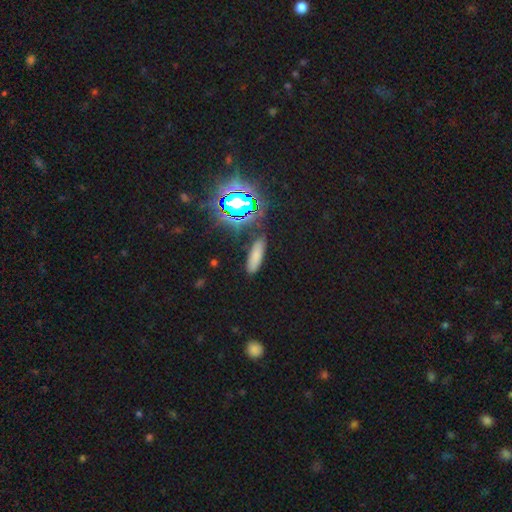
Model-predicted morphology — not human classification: A smooth galaxy with no disk features (69%) that is cigar-shaped (57%).

Vote fractions:
- Smooth or featured? smooth: 69% / star or artifact: 21% / featured or disk: 11%
- How rounded? cigar-shaped: 57% / in between: 39% / round: 3%
- Merging? none: 86% / minor disturbance: 9% / major disturbance: 3% / merger: 2%